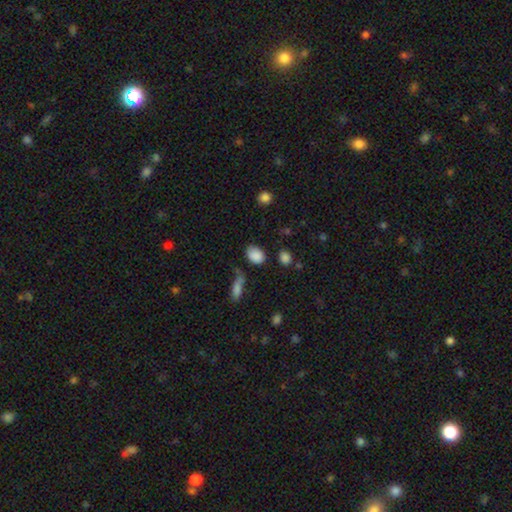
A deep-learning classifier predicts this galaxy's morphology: Q: Smooth or featured?
A: smooth (85%); runner-up: star or artifact (10%)
Q: How rounded?
A: in between (76%); runner-up: round (22%)
Q: Merging?
A: none (70%); runner-up: minor disturbance (19%)